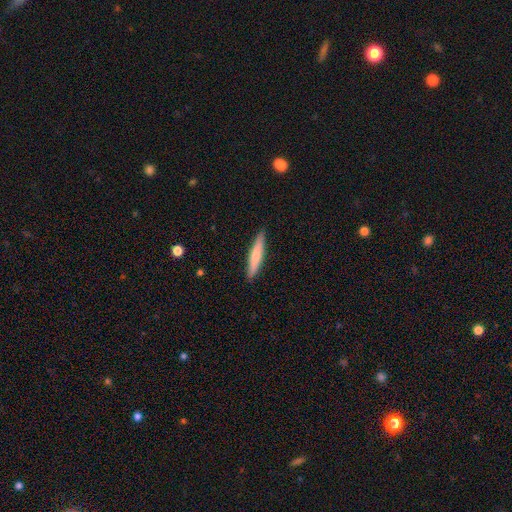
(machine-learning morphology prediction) Smooth or featured?
  - smooth: 65% *
  - featured or disk: 30%
  - star or artifact: 5%
How rounded?
  - cigar-shaped: 90% *
  - in between: 8%
  - round: 1%
Merging?
  - none: 89% *
  - minor disturbance: 8%
  - major disturbance: 1%
  - merger: 1%